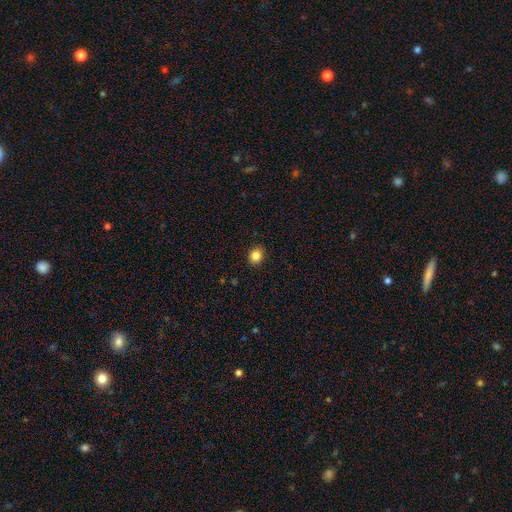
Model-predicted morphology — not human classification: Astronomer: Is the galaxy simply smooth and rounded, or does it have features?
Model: smooth — 85%.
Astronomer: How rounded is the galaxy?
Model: round — 71%.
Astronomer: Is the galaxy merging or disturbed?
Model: none — 91%.